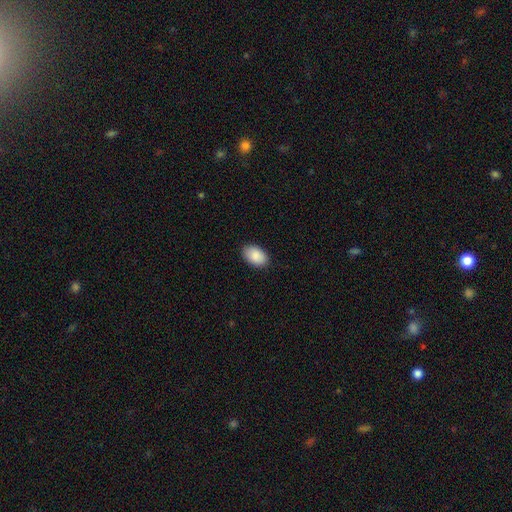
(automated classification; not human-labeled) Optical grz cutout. It shows a smooth galaxy with no disk features (90%) that is in between round and cigar-shaped (91%). Merging: none (88%).